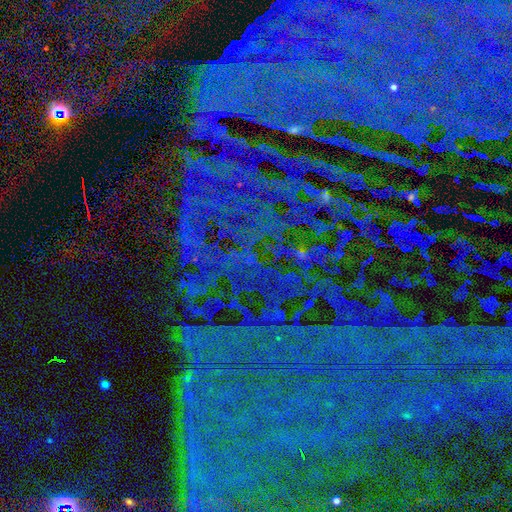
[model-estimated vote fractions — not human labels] Q: Smooth or featured?
A: star or artifact (86%); runner-up: featured or disk (8%)